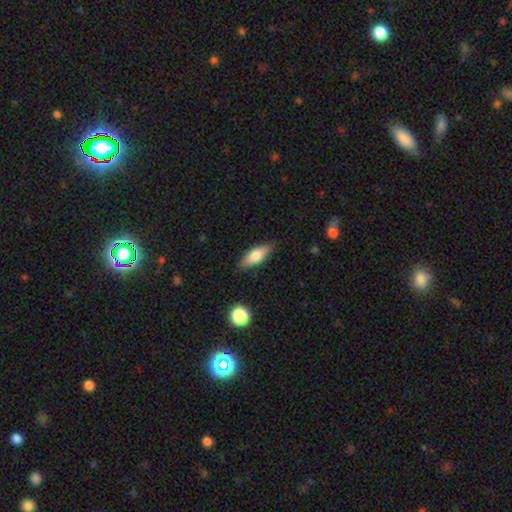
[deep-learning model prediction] smooth_or_featured: smooth (p=0.73) [alt: featured or disk p=0.21]
how_rounded: in between (p=0.65) [alt: cigar-shaped p=0.33]
merging: none (p=0.86) [alt: minor disturbance p=0.10]